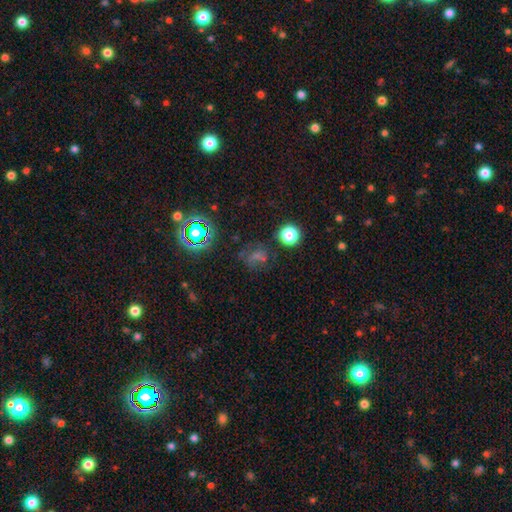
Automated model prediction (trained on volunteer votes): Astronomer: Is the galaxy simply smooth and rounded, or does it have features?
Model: star or artifact — 49% (runner-up: smooth, 36%).